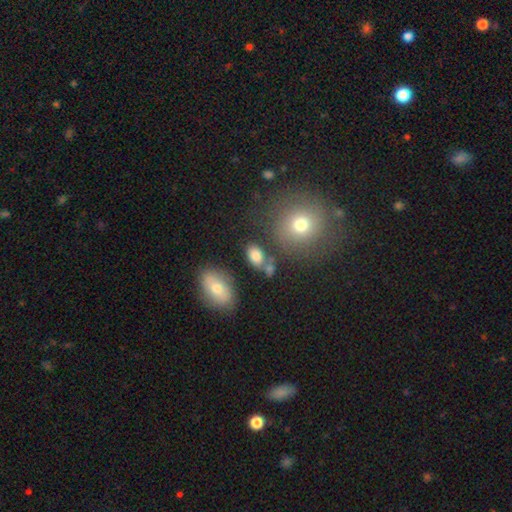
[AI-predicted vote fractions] This appears to be a smooth galaxy with no disk features (80%) that is in between round and cigar-shaped (85%). Merging: none (67%).